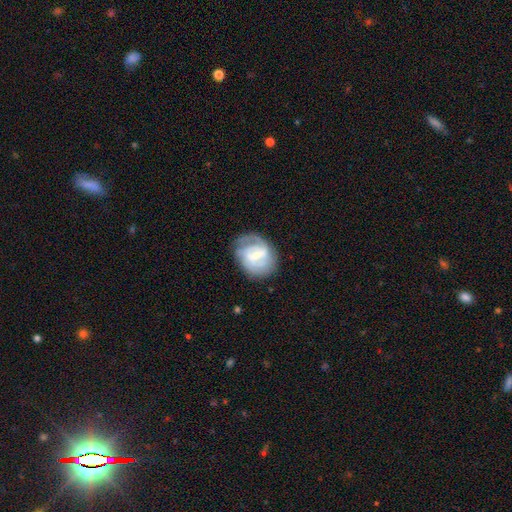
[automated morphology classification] smooth_or_featured: featured or disk (p=0.72) [alt: smooth p=0.22]
disk_edge_on: no (p=0.97) [alt: yes p=0.03]
bar: weak (p=0.55) [alt: strong p=0.23]
has_spiral_arms: yes (p=0.85) [alt: no p=0.15]
spiral_winding: tight (p=0.46) [alt: medium p=0.39]
spiral_arm_count: 2 (p=0.44) [alt: can't tell p=0.31]
bulge_size: small (p=0.55) [alt: moderate p=0.35]
merging: none (p=0.62) [alt: minor disturbance p=0.23]